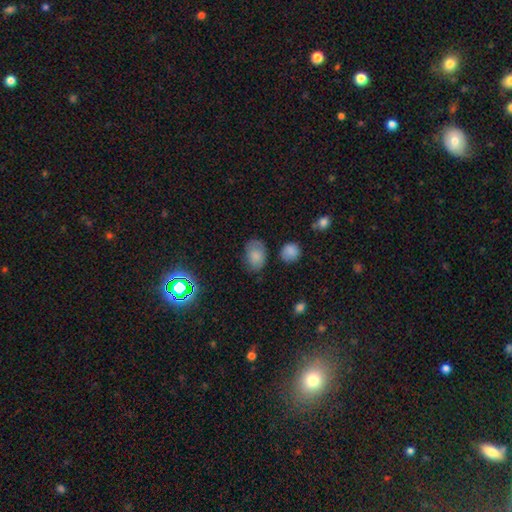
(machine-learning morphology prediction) A smooth galaxy with no disk features (79%) that is in between round and cigar-shaped (79%).

Vote fractions:
- Smooth or featured? smooth: 79% / star or artifact: 11% / featured or disk: 10%
- How rounded? in between: 79% / round: 20% / cigar-shaped: 1%
- Merging? none: 68% / minor disturbance: 22% / major disturbance: 6% / merger: 3%